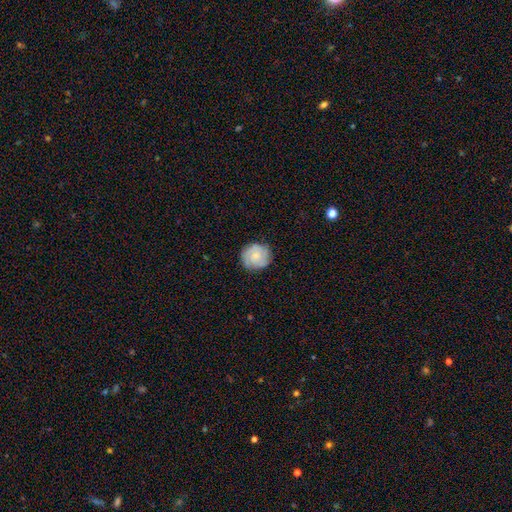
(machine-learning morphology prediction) smooth_or_featured: featured or disk (p=0.58) [alt: smooth p=0.35]
disk_edge_on: no (p=0.98) [alt: yes p=0.02]
bar: no (p=0.71) [alt: weak p=0.26]
has_spiral_arms: yes (p=0.90) [alt: no p=0.10]
spiral_winding: tight (p=0.64) [alt: medium p=0.30]
spiral_arm_count: 2 (p=0.34) [alt: 3 p=0.26]
bulge_size: small (p=0.50) [alt: moderate p=0.32]
merging: none (p=0.82) [alt: minor disturbance p=0.14]